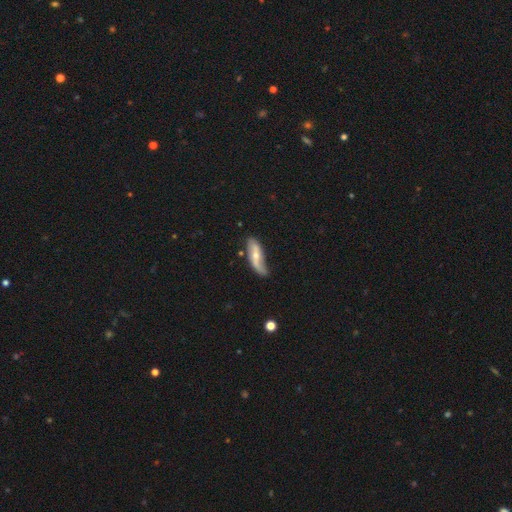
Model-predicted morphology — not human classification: Smooth or featured: featured or disk — 53% (smooth — 41%)
Edge-on disk: no — 76% (yes — 24%)
Merging: none — 54% (minor disturbance — 33%)